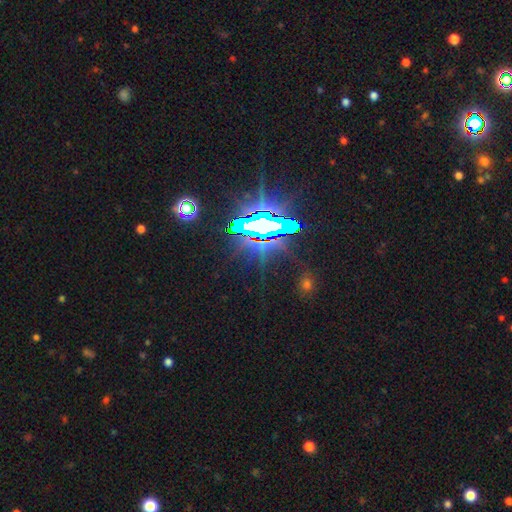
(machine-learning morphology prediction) The model was most divided on "smooth or featured": star or artifact: 81%, featured or disk: 11%, smooth: 9%.